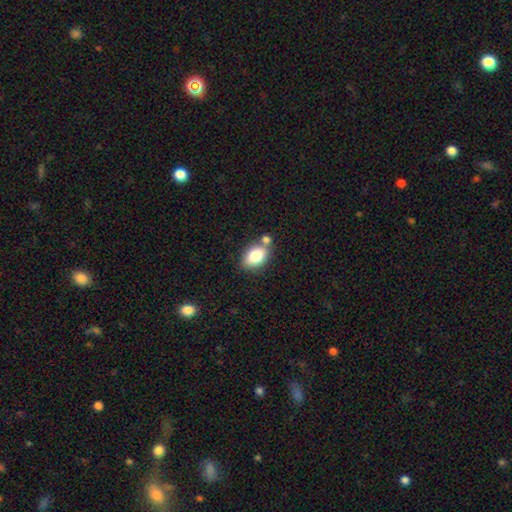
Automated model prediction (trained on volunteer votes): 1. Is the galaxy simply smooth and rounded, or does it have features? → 80% smooth, 11% featured or disk, 8% star or artifact.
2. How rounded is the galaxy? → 85% in between, 14% round, 2% cigar-shaped.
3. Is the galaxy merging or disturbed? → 63% none, 20% merger, 14% minor disturbance, 4% major disturbance.